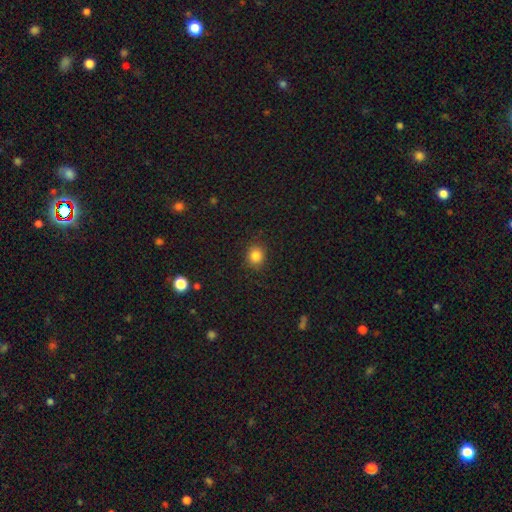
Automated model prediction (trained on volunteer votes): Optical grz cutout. It shows a smooth galaxy with no disk features (84%) that is round (79%). Merging: none (88%).